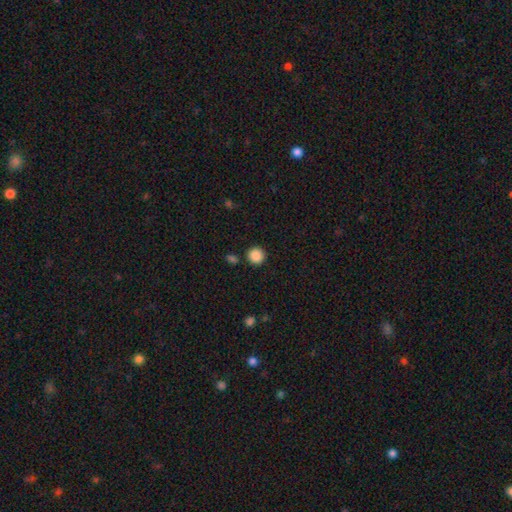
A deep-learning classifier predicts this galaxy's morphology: This appears to be a smooth galaxy with no disk features (88%) that is round (94%). Merging: none (88%).